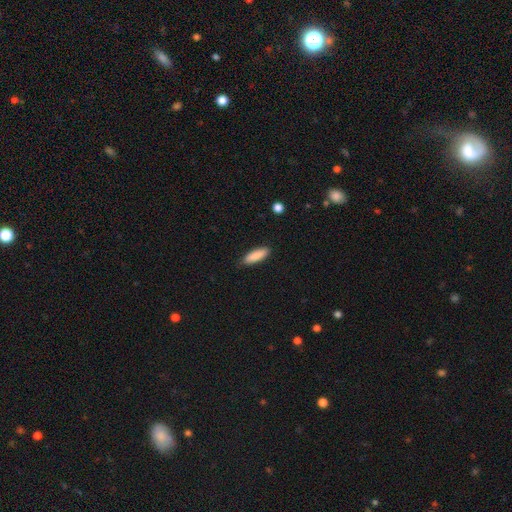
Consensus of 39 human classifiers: This is clearly a smooth galaxy (92%). How rounded: possibly cigar-shaped (53%). Merging: clearly none (95%).